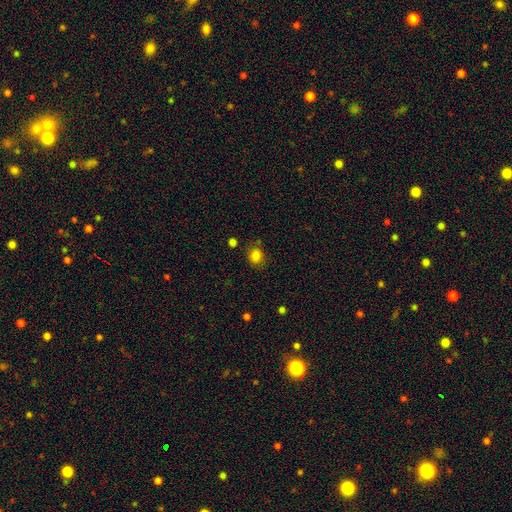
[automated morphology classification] type=smooth (83%); roundness=round (67%); merging=none (79%).